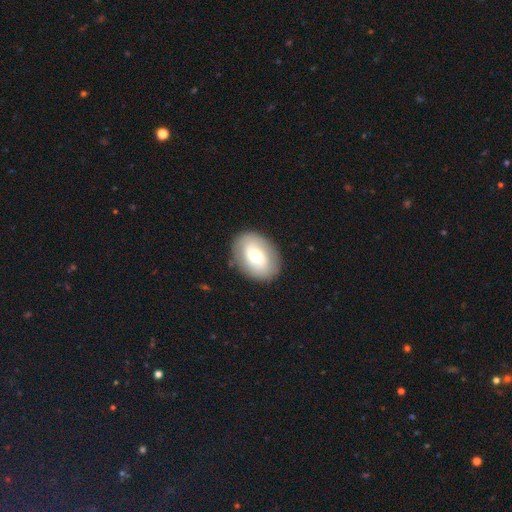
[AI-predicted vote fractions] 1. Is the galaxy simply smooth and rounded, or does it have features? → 59% smooth, 34% featured or disk, 7% star or artifact.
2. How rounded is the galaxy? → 73% in between, 26% round, 1% cigar-shaped.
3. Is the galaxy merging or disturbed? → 85% none, 11% minor disturbance, 4% major disturbance, 1% merger.